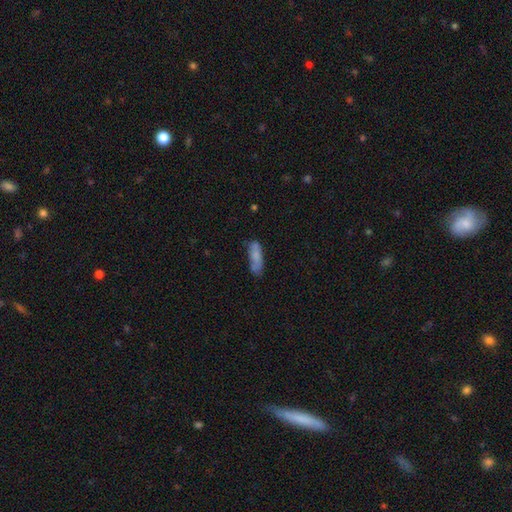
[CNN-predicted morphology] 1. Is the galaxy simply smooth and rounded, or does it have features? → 78% smooth, 15% featured or disk, 7% star or artifact.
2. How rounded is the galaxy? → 52% cigar-shaped, 46% in between, 2% round.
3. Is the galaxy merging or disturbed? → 60% none, 27% minor disturbance, 8% major disturbance, 5% merger.